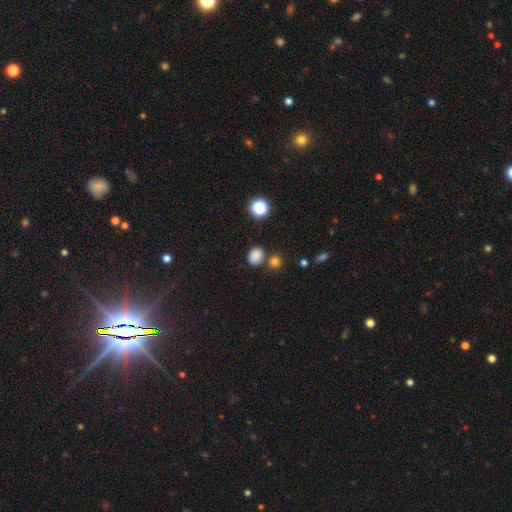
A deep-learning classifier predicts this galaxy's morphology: A smooth galaxy with no disk features (82%) that is round (58%).

Vote fractions:
- Smooth or featured? smooth: 82% / star or artifact: 14% / featured or disk: 4%
- How rounded? round: 58% / in between: 41% / cigar-shaped: 1%
- Merging? none: 72% / merger: 12% / minor disturbance: 12% / major disturbance: 4%